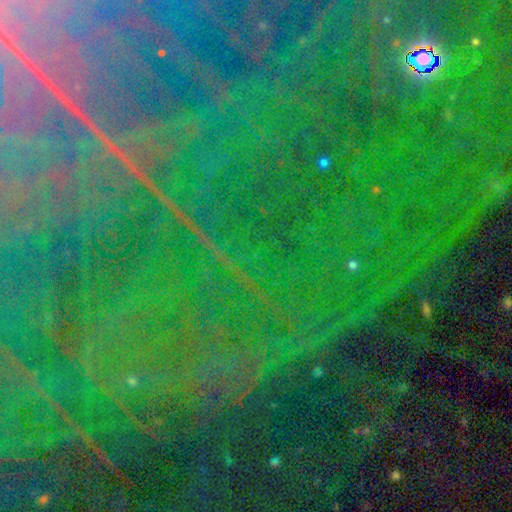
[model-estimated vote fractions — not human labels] The model was most divided on "smooth or featured": star or artifact: 87%, featured or disk: 7%, smooth: 6%.